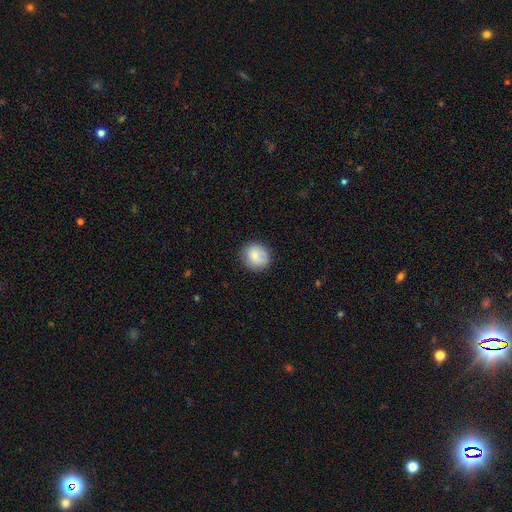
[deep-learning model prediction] Q: Smooth or featured?
A: smooth (78%); runner-up: featured or disk (15%)
Q: How rounded?
A: round (80%); runner-up: in between (19%)
Q: Merging?
A: none (81%); runner-up: minor disturbance (14%)